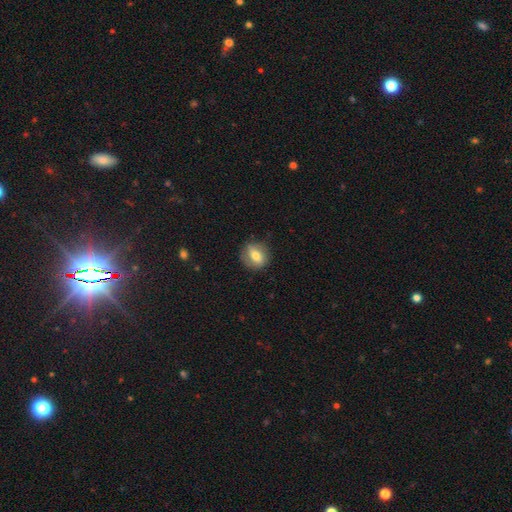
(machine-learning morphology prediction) Q: Smooth or featured?
A: smooth (55%); runner-up: featured or disk (36%)
Q: How rounded?
A: round (63%); runner-up: in between (34%)
Q: Merging?
A: none (80%); runner-up: minor disturbance (14%)